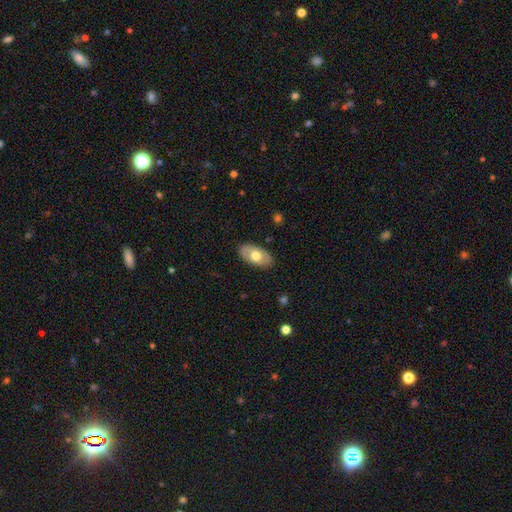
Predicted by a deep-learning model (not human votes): Q: Smooth or featured?
A: smooth (58%); runner-up: featured or disk (37%)
Q: How rounded?
A: in between (93%); runner-up: round (5%)
Q: Merging?
A: none (85%); runner-up: minor disturbance (11%)